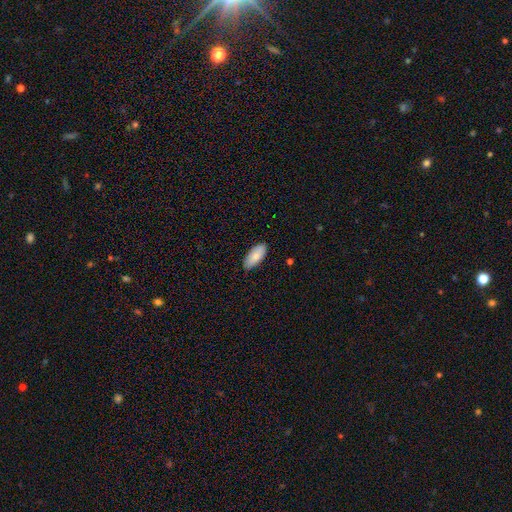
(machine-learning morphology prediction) smooth-or-featured: smooth: 84% | featured or disk: 10% | star or artifact: 6%
  how-rounded: in between: 91% | cigar-shaped: 7% | round: 2%
  merging: none: 86% | minor disturbance: 11% | major disturbance: 2% | merger: 1%